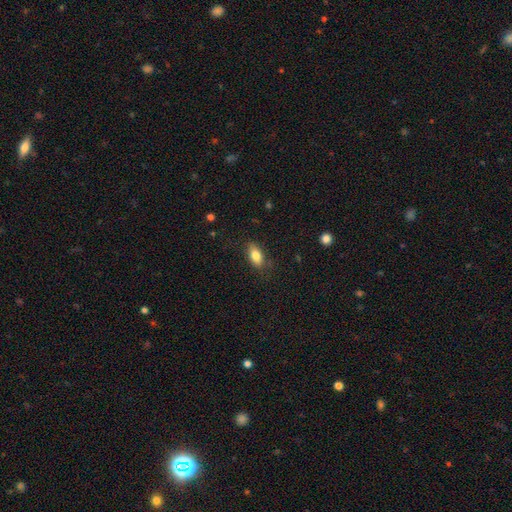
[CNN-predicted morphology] smooth-or-featured: smooth: 81% | featured or disk: 11% | star or artifact: 8%
  how-rounded: in between: 88% | cigar-shaped: 7% | round: 6%
  merging: none: 79% | minor disturbance: 15% | major disturbance: 4% | merger: 1%